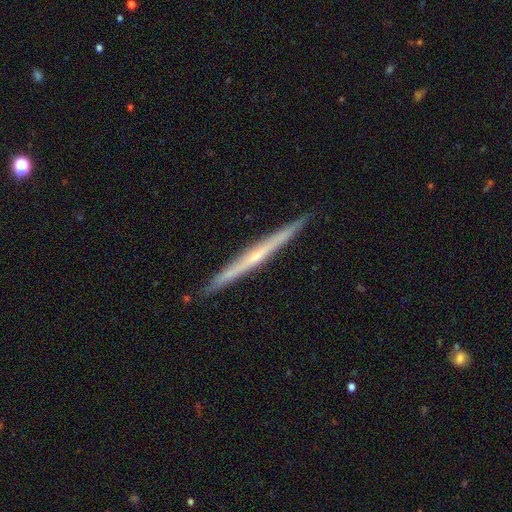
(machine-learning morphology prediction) smooth_or_featured: featured or disk (p=0.70) [alt: smooth p=0.25]
disk_edge_on: yes (p=0.98) [alt: no p=0.02]
edge_on_bulge: none (p=0.51) [alt: rounded p=0.45]
merging: none (p=0.92) [alt: minor disturbance p=0.06]